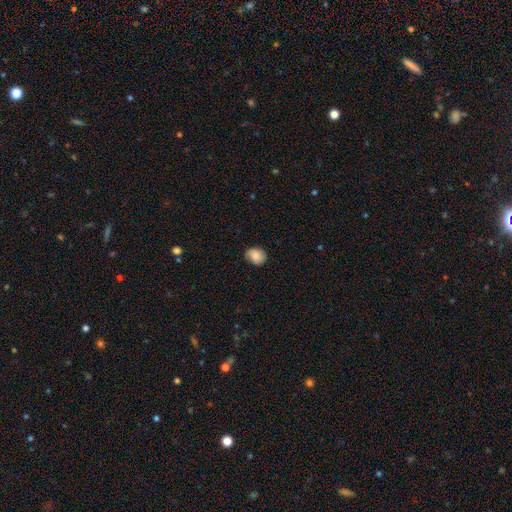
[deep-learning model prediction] Overall: smooth (81%). How rounded: round (61%; in between 38%). Merging: none (72%).